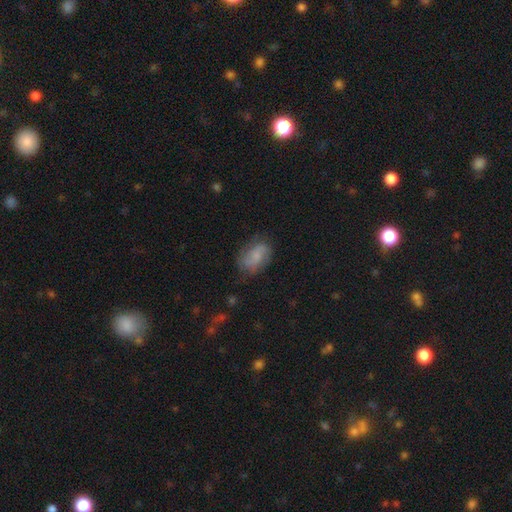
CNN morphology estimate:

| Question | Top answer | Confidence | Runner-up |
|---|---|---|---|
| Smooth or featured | smooth | 55% | featured or disk (36%) |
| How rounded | in between | 86% | round (12%) |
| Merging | none | 65% | minor disturbance (24%) |